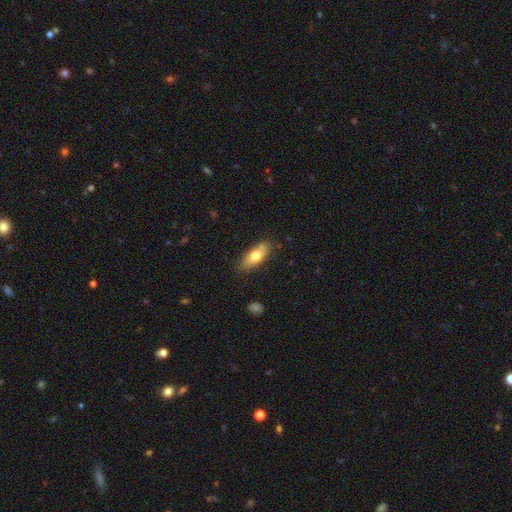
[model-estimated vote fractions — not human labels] The model was most divided on "smooth or featured": smooth: 71%, featured or disk: 23%, star or artifact: 7%. More confident: merging — none (75%); how rounded — in between (75%).